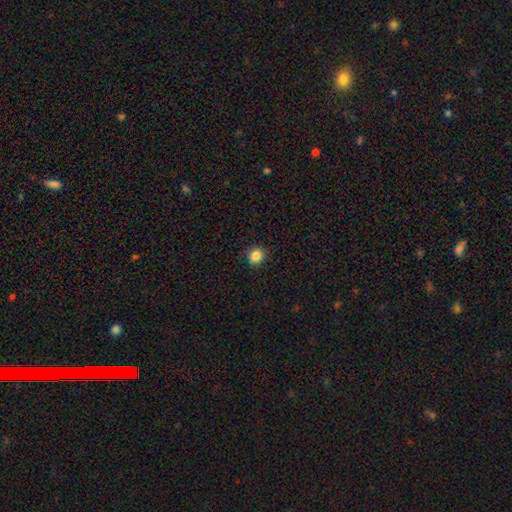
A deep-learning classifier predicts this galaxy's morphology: type=smooth (86%); roundness=round (80%); merging=none (89%).